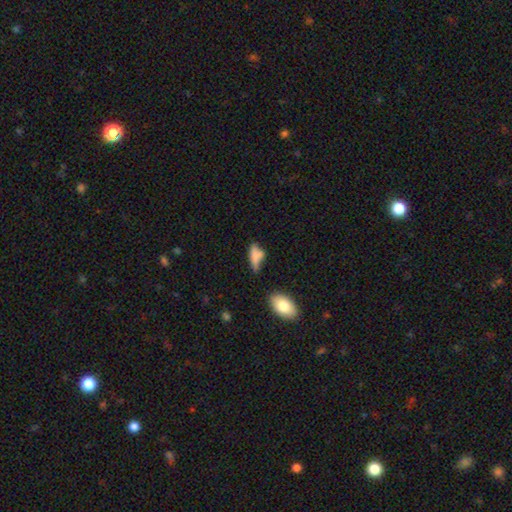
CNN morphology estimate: smooth-or-featured: smooth: 68% | featured or disk: 22% | star or artifact: 10%
  how-rounded: in between: 68% | cigar-shaped: 27% | round: 5%
  merging: none: 40% | minor disturbance: 29% | major disturbance: 15% | merger: 15%